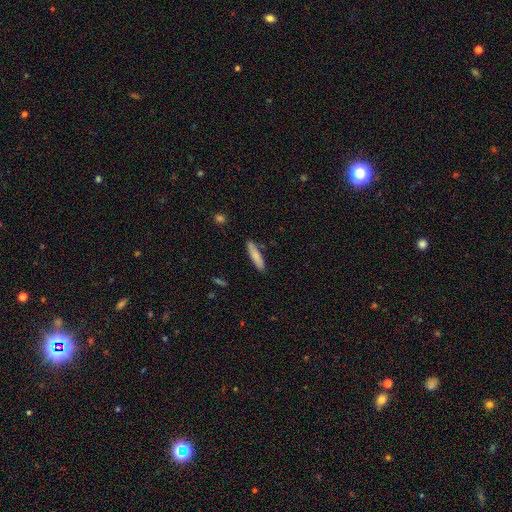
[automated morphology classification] The model was most divided on "how rounded": cigar-shaped: 82%, in between: 17%, round: 1%. More confident: merging — none (85%); smooth or featured — smooth (81%).